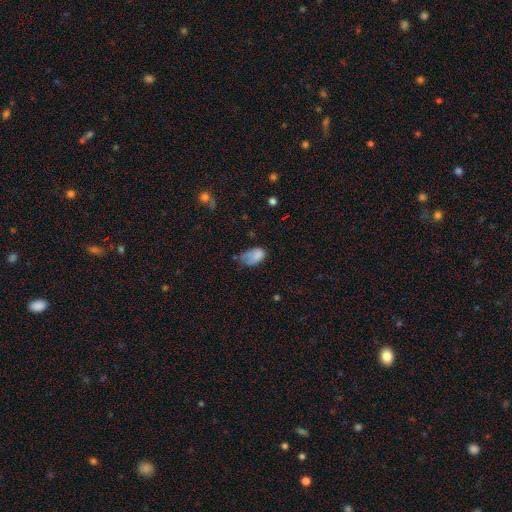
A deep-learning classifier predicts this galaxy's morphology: The model was most divided on "merging": minor disturbance: 39%, none: 28%, major disturbance: 27%, merger: 6%. More confident: how rounded — in between (90%); smooth or featured — smooth (74%).